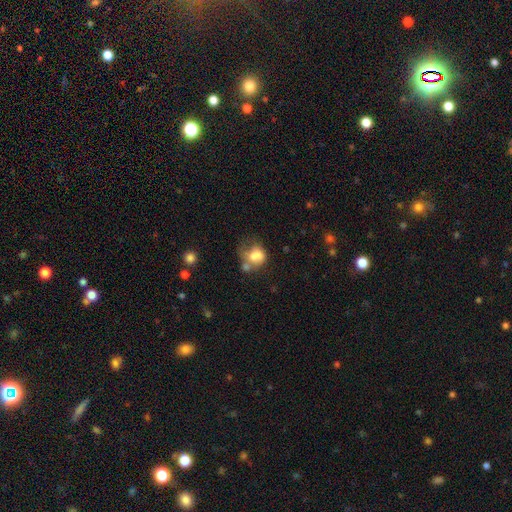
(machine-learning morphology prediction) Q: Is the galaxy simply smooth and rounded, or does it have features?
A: smooth — 66%.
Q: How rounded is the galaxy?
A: round — 51%.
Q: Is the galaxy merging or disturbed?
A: merger — 39%.